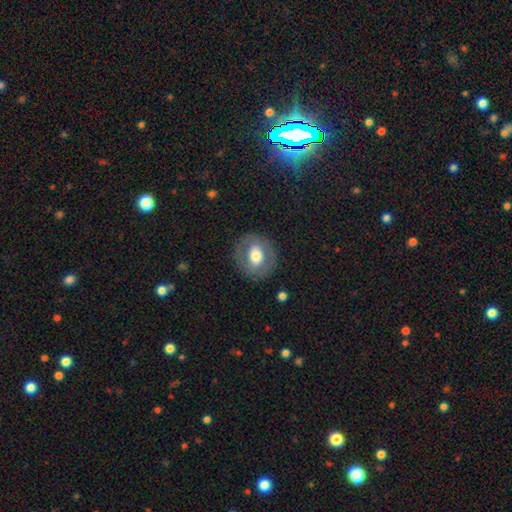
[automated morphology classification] This is possibly a smooth galaxy (56%). How rounded: likely round (64%). Merging: clearly none (82%).